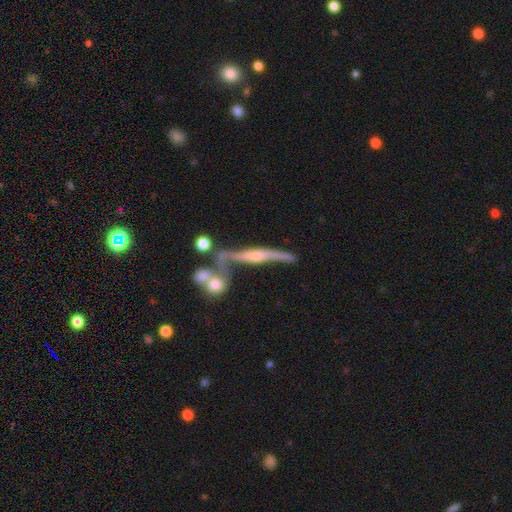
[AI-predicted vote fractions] This is likely a featured or disk galaxy (76%). It is clearly viewed edge-on (94%). Edge-on bulge: likely rounded (78%). Merging: likely none (61%).